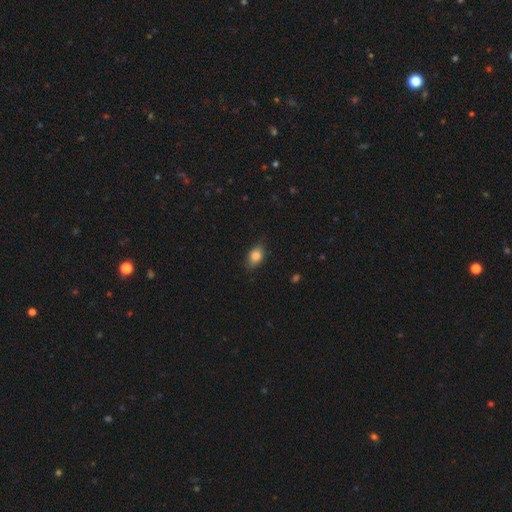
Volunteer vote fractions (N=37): A smooth galaxy with no disk features (92%) that is in between round and cigar-shaped (76%). Merging: none (64%).